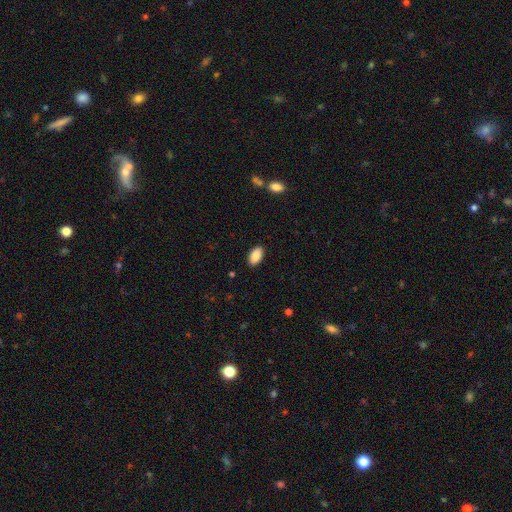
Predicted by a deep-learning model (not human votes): smooth_or_featured: smooth (p=0.90) [alt: star or artifact p=0.07]
how_rounded: in between (p=0.94) [alt: round p=0.03]
merging: none (p=0.89) [alt: minor disturbance p=0.08]